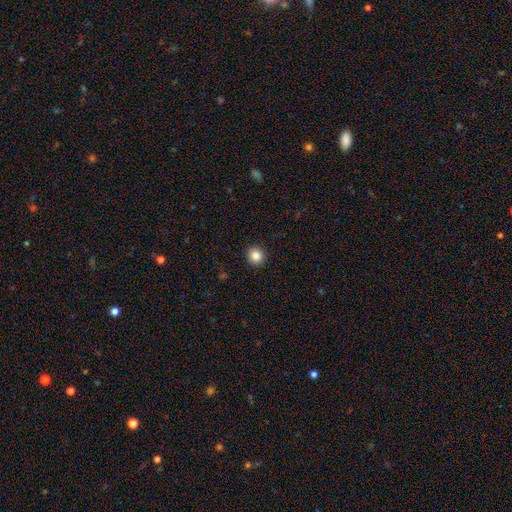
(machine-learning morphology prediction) Smooth or featured: smooth — 85% (star or artifact — 10%)
How rounded: round — 90% (in between — 9%)
Merging: none — 92% (minor disturbance — 5%)